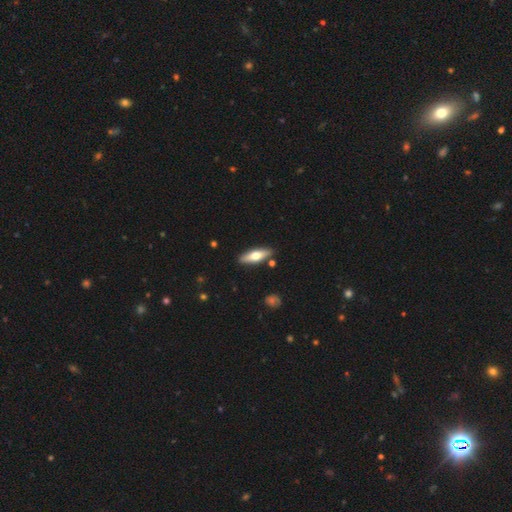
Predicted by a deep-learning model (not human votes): Overall: smooth (51%; featured or disk 44%). How rounded: cigar-shaped (56%; in between 42%). Merging: none (86%).